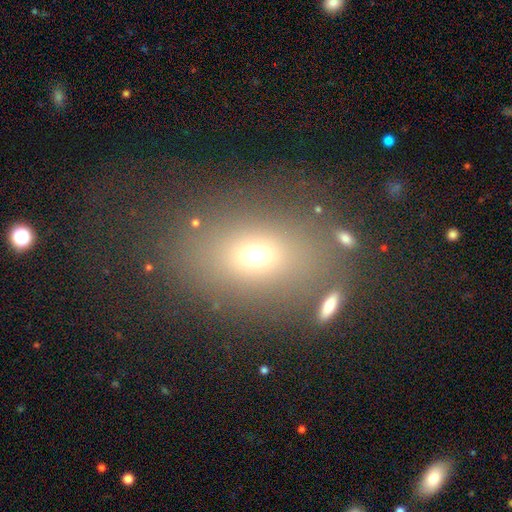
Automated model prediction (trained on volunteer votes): Smooth or featured?
  - smooth: 65% *
  - star or artifact: 21%
  - featured or disk: 14%
How rounded?
  - in between: 61% *
  - round: 36%
  - cigar-shaped: 2%
Merging?
  - none: 70% *
  - minor disturbance: 13%
  - major disturbance: 9%
  - merger: 8%